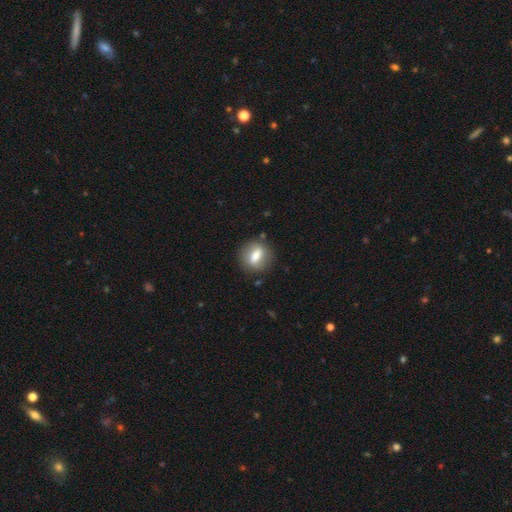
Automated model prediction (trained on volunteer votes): A smooth galaxy with no disk features (63%) that is round (48%).

Vote fractions:
- Smooth or featured? smooth: 63% / featured or disk: 29% / star or artifact: 8%
- How rounded? round: 48% / in between: 43% / cigar-shaped: 9%
- Merging? none: 82% / minor disturbance: 11% / major disturbance: 4% / merger: 3%